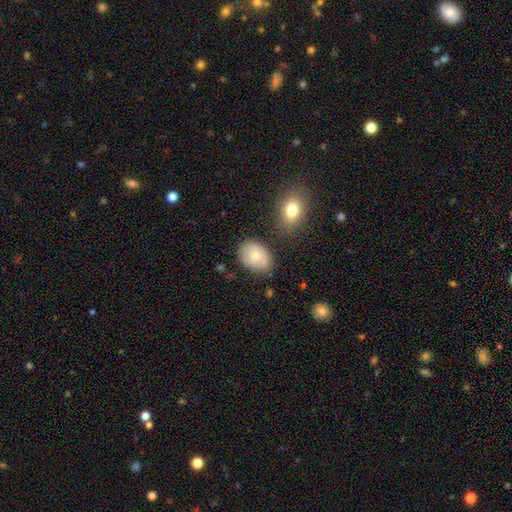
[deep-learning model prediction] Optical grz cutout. It shows a smooth galaxy with no disk features (72%) that is in between round and cigar-shaped (73%). Merging: none (68%).